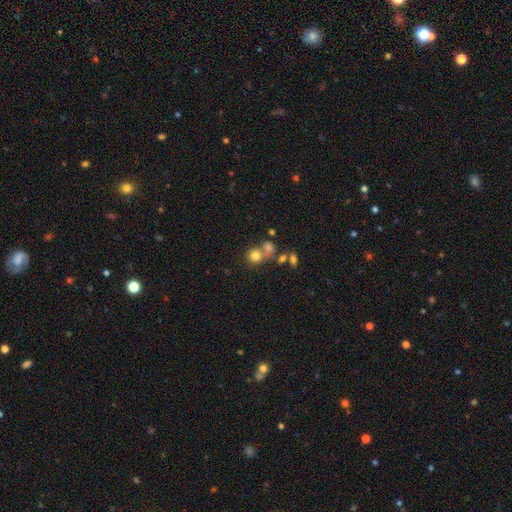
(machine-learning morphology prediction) This appears to be a smooth galaxy with no disk features (75%) that is round (84%). Merging: none (49%).